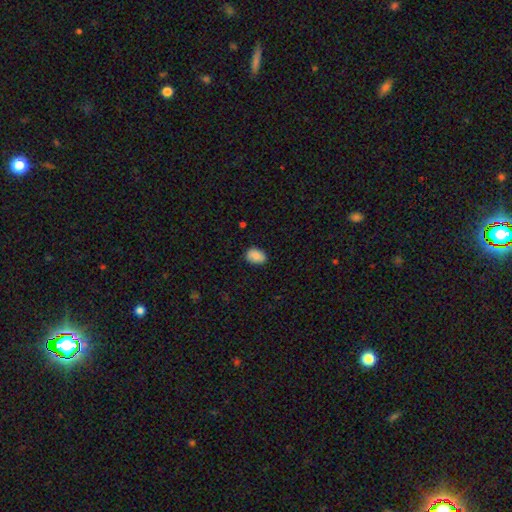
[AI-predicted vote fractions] smooth-or-featured: smooth: 90% | star or artifact: 8% | featured or disk: 3%
  how-rounded: in between: 80% | round: 19% | cigar-shaped: 1%
  merging: none: 85% | minor disturbance: 11% | major disturbance: 2% | merger: 1%